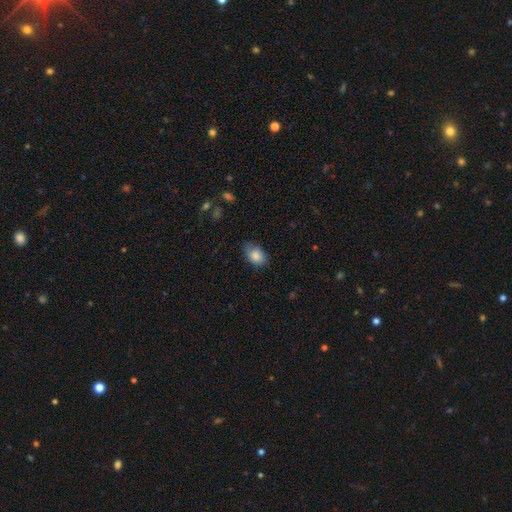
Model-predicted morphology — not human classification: A smooth galaxy with no disk features (85%) that is in between round and cigar-shaped (81%). Merging: none (70%).